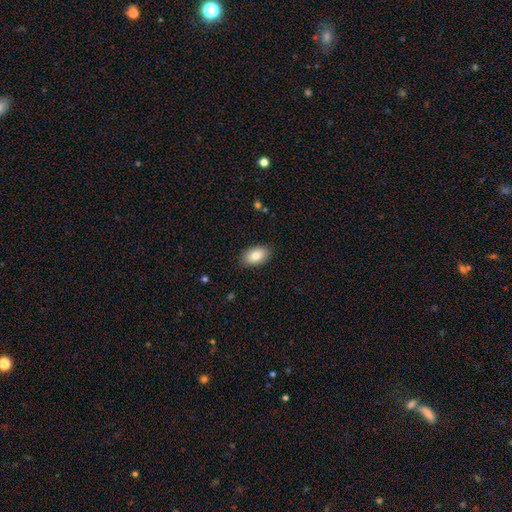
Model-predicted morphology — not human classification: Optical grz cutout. It shows a smooth galaxy with no disk features (83%) that is in between round and cigar-shaped (93%). Merging: none (87%).